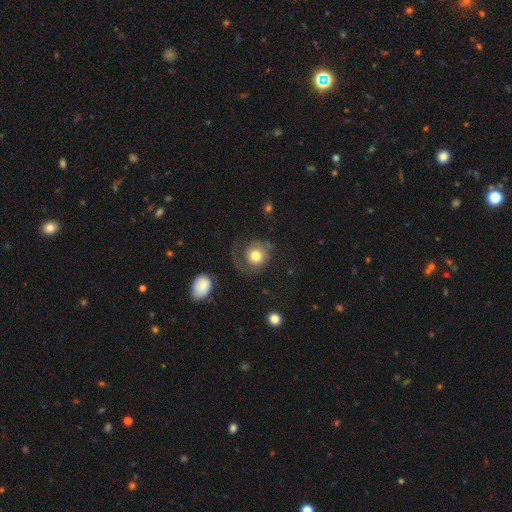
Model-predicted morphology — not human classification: smooth-or-featured: smooth: 62% | featured or disk: 30% | star or artifact: 8%
  how-rounded: round: 84% | in between: 15% | cigar-shaped: 1%
  merging: none: 47% | major disturbance: 32% | minor disturbance: 18% | merger: 3%